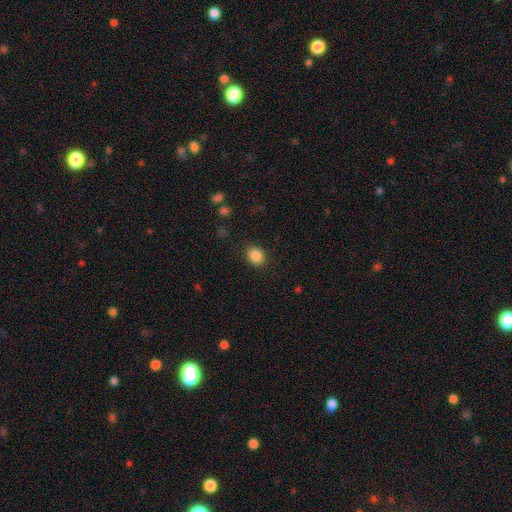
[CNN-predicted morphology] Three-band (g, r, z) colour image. It shows a smooth galaxy with no disk features (87%) that is round (69%). Merging: none (89%).